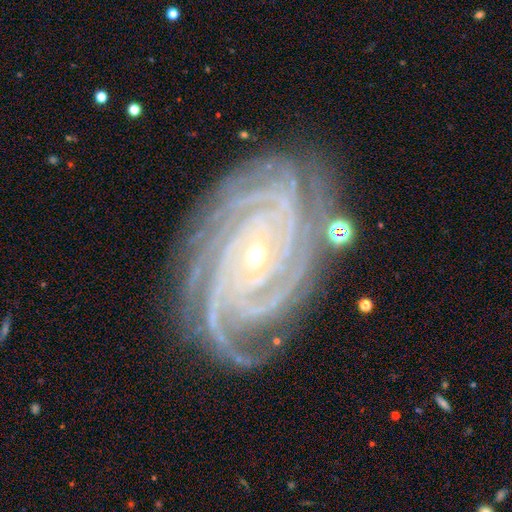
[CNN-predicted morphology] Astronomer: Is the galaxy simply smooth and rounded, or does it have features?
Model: featured or disk — 93%.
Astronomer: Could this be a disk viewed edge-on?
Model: no — 97%.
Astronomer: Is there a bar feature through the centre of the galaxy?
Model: no — 67%.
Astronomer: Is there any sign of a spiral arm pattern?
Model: yes — 99%.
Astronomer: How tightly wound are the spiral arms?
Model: tight — 82%.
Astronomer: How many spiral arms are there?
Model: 4 — 34% (runner-up: more than 4, 22%).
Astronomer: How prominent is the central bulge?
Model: small — 73%.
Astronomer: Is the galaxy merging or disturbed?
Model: none — 77%.